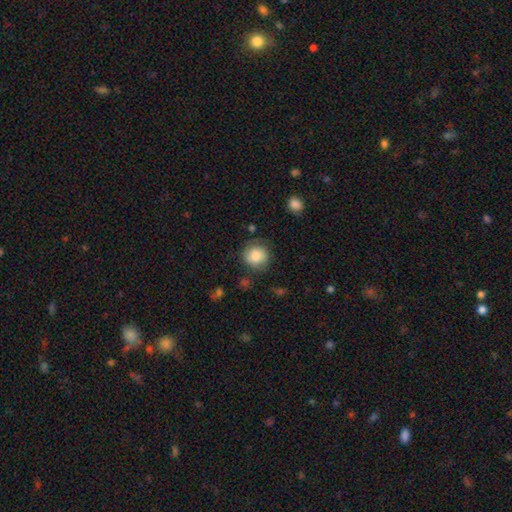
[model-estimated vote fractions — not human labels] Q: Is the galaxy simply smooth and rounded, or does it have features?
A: smooth — 84%.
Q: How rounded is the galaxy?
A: round — 89%.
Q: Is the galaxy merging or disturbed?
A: none — 78%.